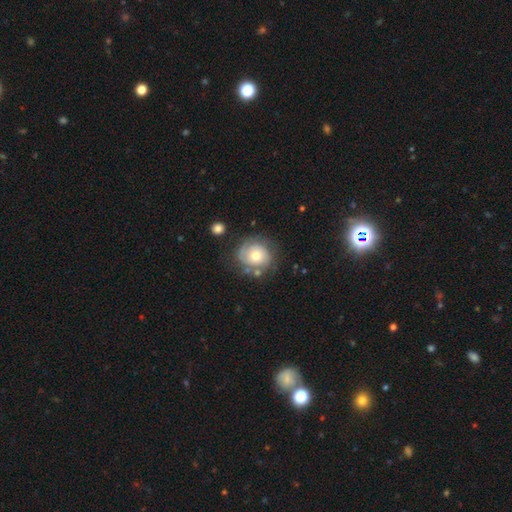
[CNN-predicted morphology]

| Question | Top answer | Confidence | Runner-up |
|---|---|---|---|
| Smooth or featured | featured or disk | 60% | smooth (33%) |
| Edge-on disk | no | 97% | yes (3%) |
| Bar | no | 82% | weak (15%) |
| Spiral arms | yes | 81% | no (19%) |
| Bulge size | moderate | 70% | small (16%) |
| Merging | none | 67% | minor disturbance (19%) |